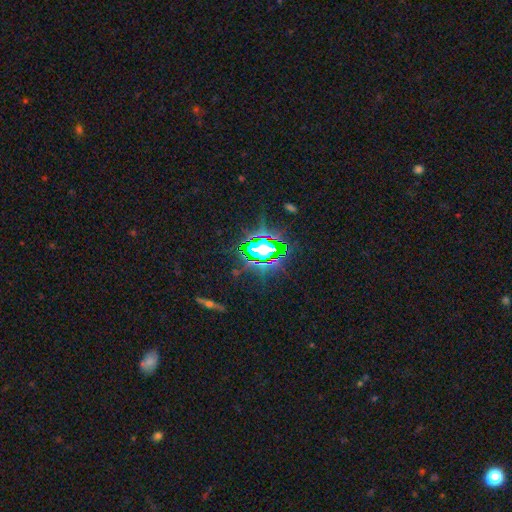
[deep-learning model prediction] Q: Smooth or featured?
A: star or artifact (80%); runner-up: smooth (12%)